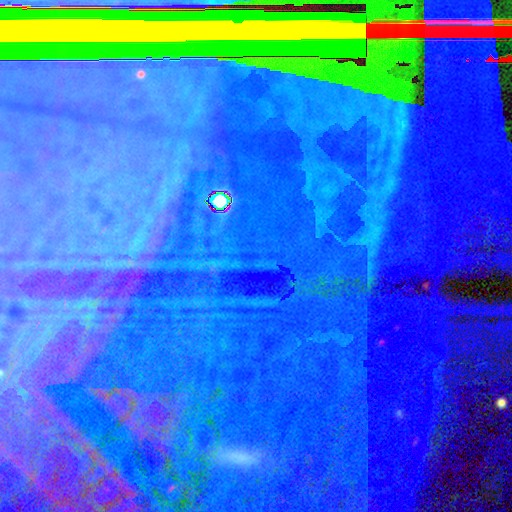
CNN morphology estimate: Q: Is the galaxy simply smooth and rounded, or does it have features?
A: star or artifact — 85%.